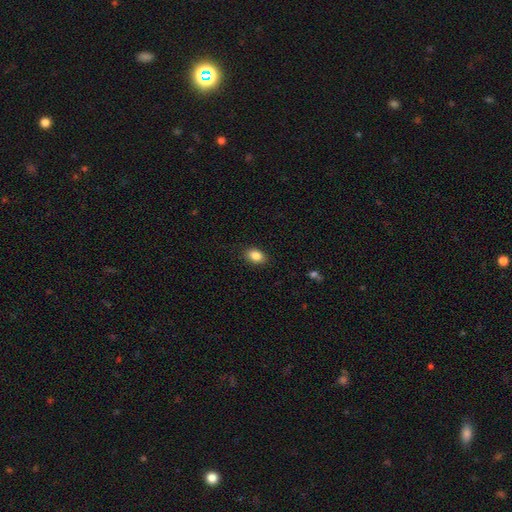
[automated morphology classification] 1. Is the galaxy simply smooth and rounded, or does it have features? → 86% smooth, 8% star or artifact, 6% featured or disk.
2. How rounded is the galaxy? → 82% in between, 16% round, 1% cigar-shaped.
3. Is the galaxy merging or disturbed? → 88% none, 8% minor disturbance, 2% major disturbance, 1% merger.